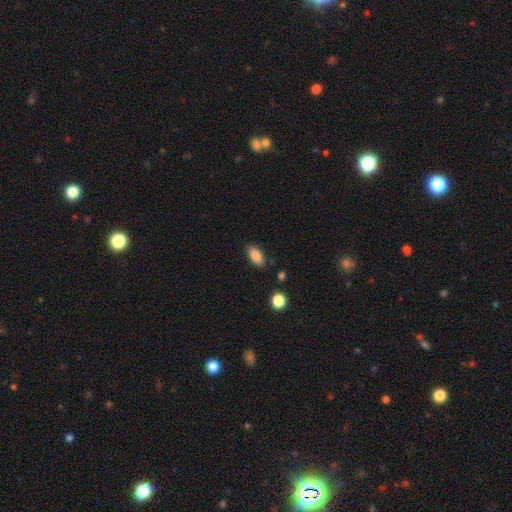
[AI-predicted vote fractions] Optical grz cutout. It shows a smooth galaxy with no disk features (85%) that is in between round and cigar-shaped (88%). Merging: none (85%).